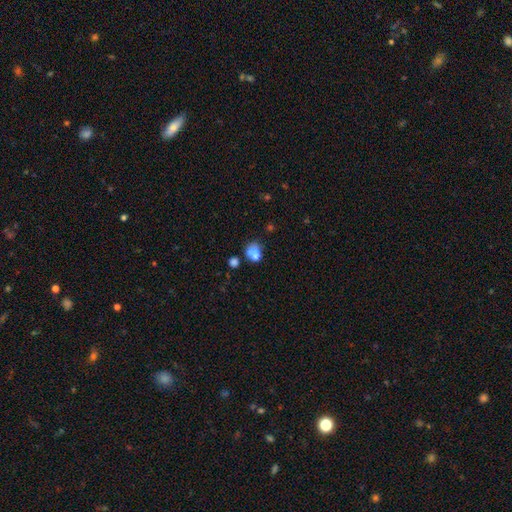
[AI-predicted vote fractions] This appears to be a smooth galaxy with no disk features (63%) that is in between round and cigar-shaped (51%). Merging: merger (47%).